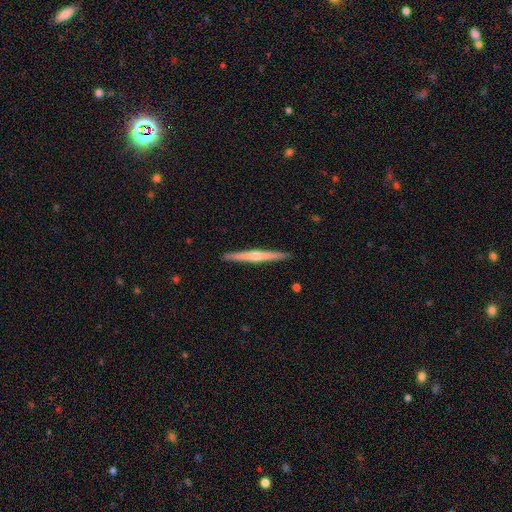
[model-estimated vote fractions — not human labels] smooth-or-featured: featured or disk: 68% | smooth: 26% | star or artifact: 6%
  disk-edge-on: yes: 98% | no: 2%
    edge-on-bulge: rounded: 78% | none: 17% | boxy: 5%
  merging: none: 93% | minor disturbance: 5% | major disturbance: 1% | merger: 1%